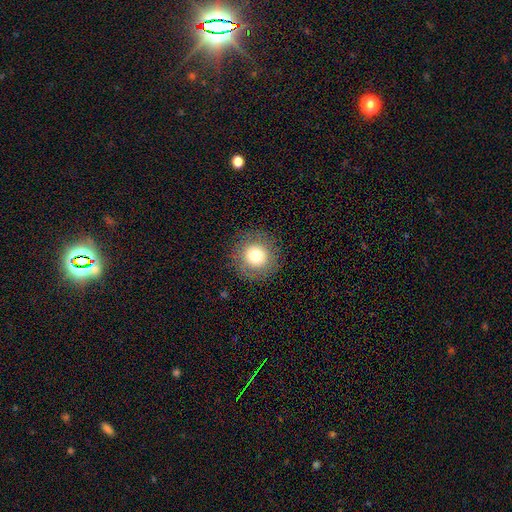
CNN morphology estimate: Overall: smooth (73%). How rounded: round (95%). Merging: none (87%).